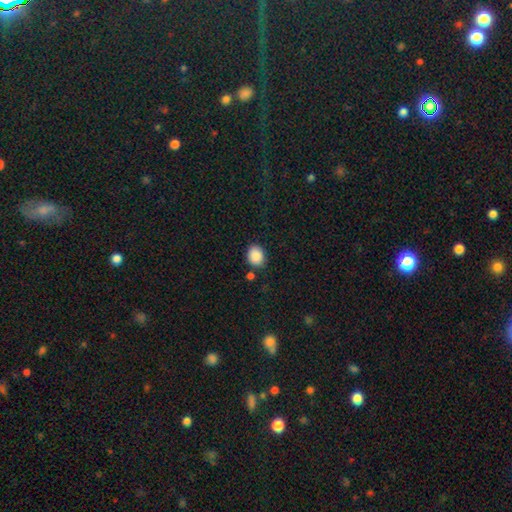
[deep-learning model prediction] A smooth galaxy with no disk features (89%) that is round (51%).

Vote fractions:
- Smooth or featured? smooth: 89% / star or artifact: 8% / featured or disk: 3%
- How rounded? round: 51% / in between: 48% / cigar-shaped: 1%
- Merging? none: 80% / minor disturbance: 12% / merger: 5% / major disturbance: 3%